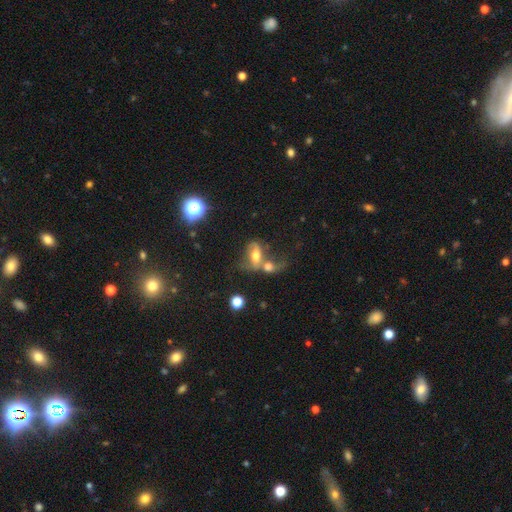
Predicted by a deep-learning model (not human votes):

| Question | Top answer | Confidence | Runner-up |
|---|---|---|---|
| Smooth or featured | smooth | 49% | featured or disk (38%) |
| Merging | merger | 67% | none (14%) |